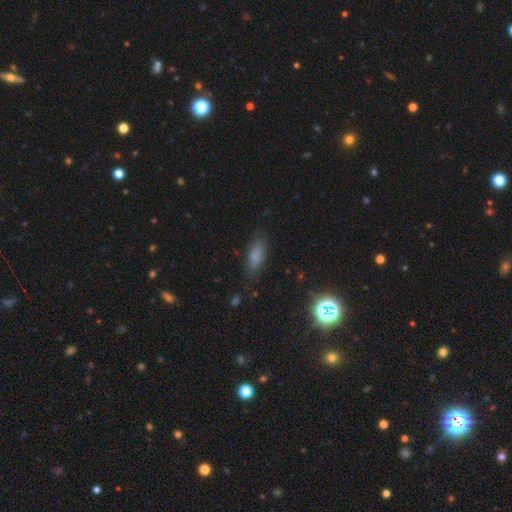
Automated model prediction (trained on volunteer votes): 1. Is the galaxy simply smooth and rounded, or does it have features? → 79% smooth, 12% star or artifact, 9% featured or disk.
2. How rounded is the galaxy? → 72% in between, 26% cigar-shaped, 3% round.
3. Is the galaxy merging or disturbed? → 81% none, 14% minor disturbance, 4% major disturbance, 2% merger.